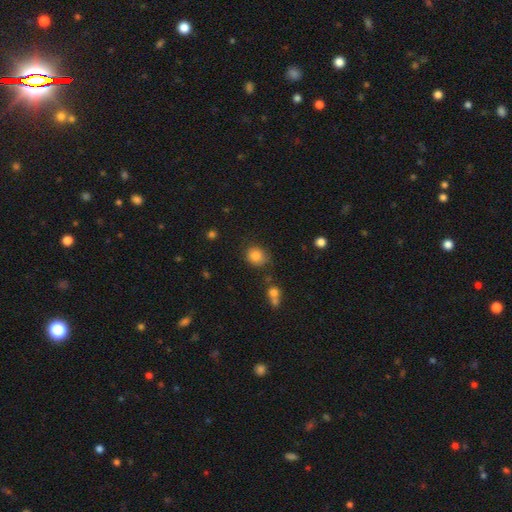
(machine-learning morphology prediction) smooth-or-featured: smooth: 83% | star or artifact: 11% | featured or disk: 6%
  how-rounded: round: 76% | in between: 23% | cigar-shaped: 1%
  merging: none: 76% | minor disturbance: 16% | major disturbance: 4% | merger: 4%